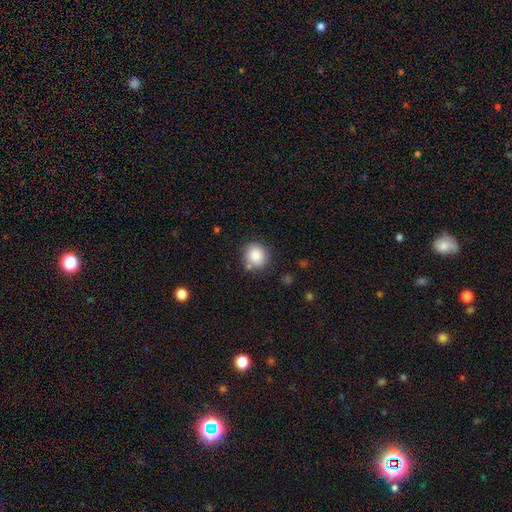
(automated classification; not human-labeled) Smooth or featured? smooth (86%)
How rounded? round (87%)
Merging? none (77%)